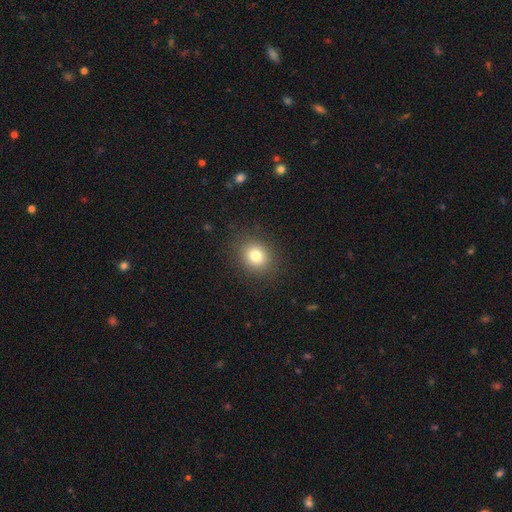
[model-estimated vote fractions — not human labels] The model was most divided on "how rounded": round: 70%, in between: 29%, cigar-shaped: 1%. More confident: merging — none (88%); smooth or featured — smooth (80%).